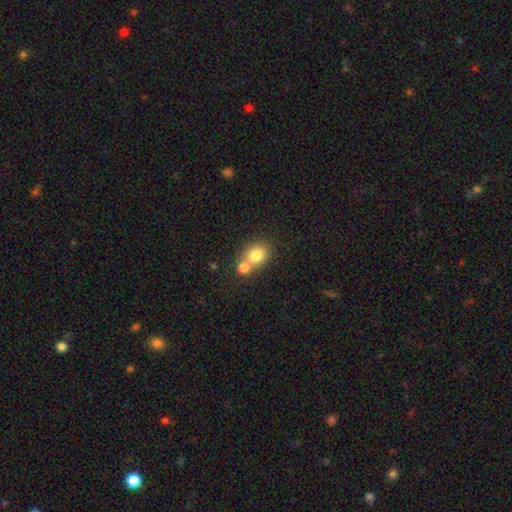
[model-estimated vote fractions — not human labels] A smooth galaxy with no disk features (79%) that is round (62%).

Vote fractions:
- Smooth or featured? smooth: 79% / featured or disk: 11% / star or artifact: 10%
- How rounded? round: 62% / in between: 37% / cigar-shaped: 1%
- Merging? merger: 47% / none: 42% / minor disturbance: 8% / major disturbance: 3%